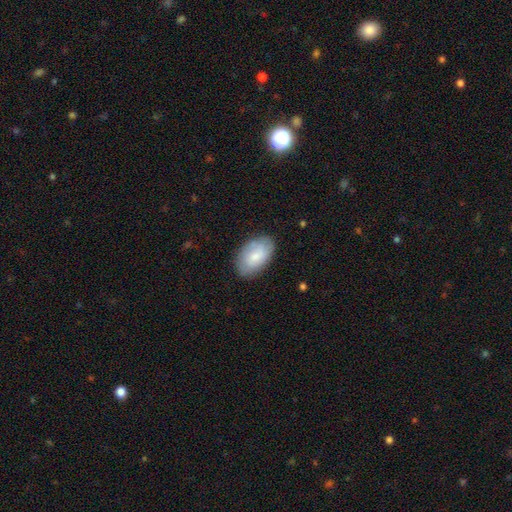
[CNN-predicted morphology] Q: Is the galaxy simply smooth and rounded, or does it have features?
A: smooth — 72%.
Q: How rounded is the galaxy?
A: in between — 93%.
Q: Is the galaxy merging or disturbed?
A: none — 80%.